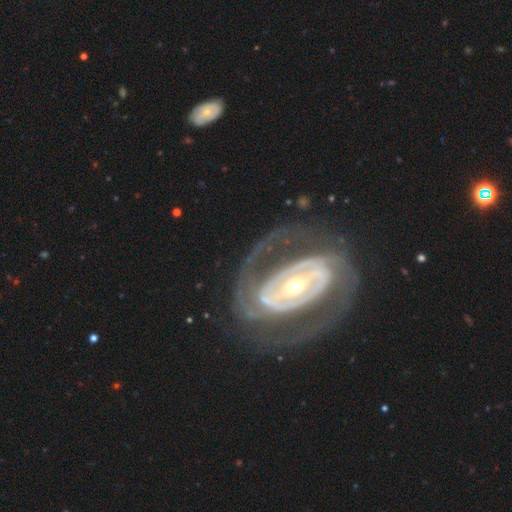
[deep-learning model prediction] The model was most divided on "bulge size": small: 50%, moderate: 41%, large: 7%, dominant: 2%, none: 1%. Remaining: edge-on disk — no (96%); smooth or featured — featured or disk (85%); spiral arms — yes (84%); merging — none (75%); spiral arm count — 2 (69%); spiral winding — tight (57%); bar — no (42%).